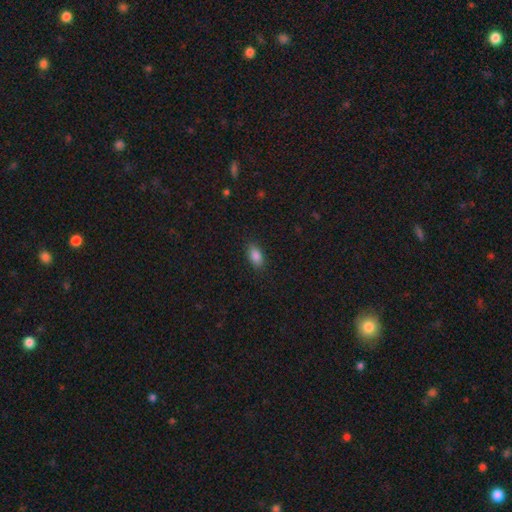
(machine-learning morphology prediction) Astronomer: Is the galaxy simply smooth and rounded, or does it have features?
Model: smooth — 86%.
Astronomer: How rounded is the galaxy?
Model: in between — 91%.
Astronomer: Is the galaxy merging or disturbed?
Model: none — 88%.